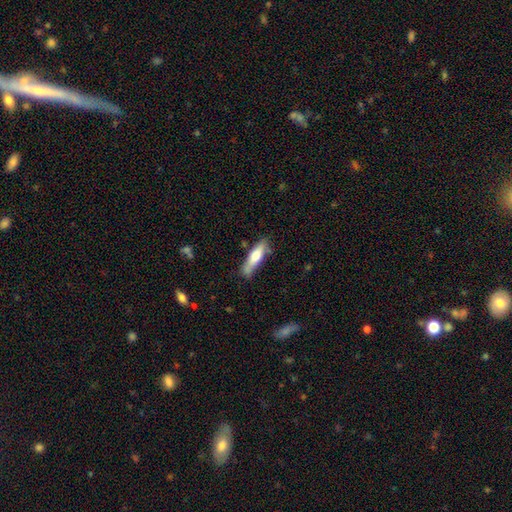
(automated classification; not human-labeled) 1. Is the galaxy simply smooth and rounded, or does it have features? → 62% smooth, 32% featured or disk, 6% star or artifact.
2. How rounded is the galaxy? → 70% cigar-shaped, 28% in between, 2% round.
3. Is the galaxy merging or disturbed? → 72% none, 20% minor disturbance, 4% merger, 4% major disturbance.